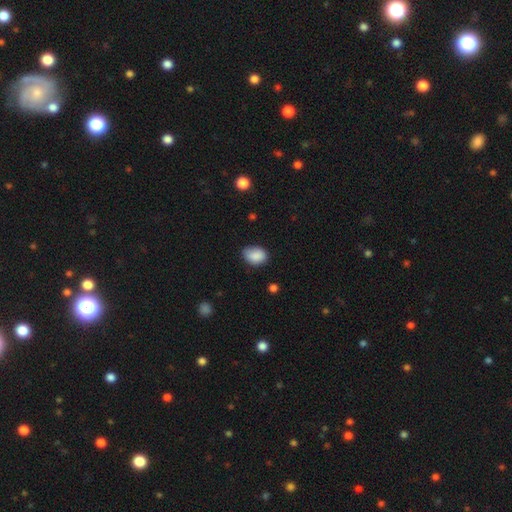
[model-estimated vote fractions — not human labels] smooth-or-featured: smooth: 88% | star or artifact: 8% | featured or disk: 4%
  how-rounded: in between: 77% | round: 22% | cigar-shaped: 1%
  merging: none: 70% | minor disturbance: 25% | major disturbance: 4% | merger: 1%